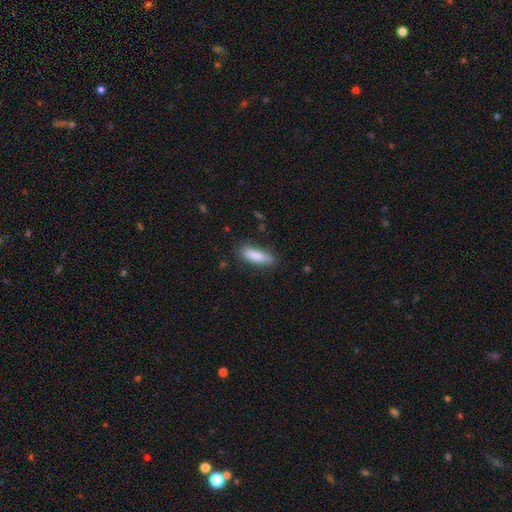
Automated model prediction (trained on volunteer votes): smooth-or-featured: smooth: 84% | featured or disk: 10% | star or artifact: 6%
  how-rounded: cigar-shaped: 51% | in between: 47% | round: 2%
  merging: none: 79% | minor disturbance: 16% | major disturbance: 3% | merger: 2%